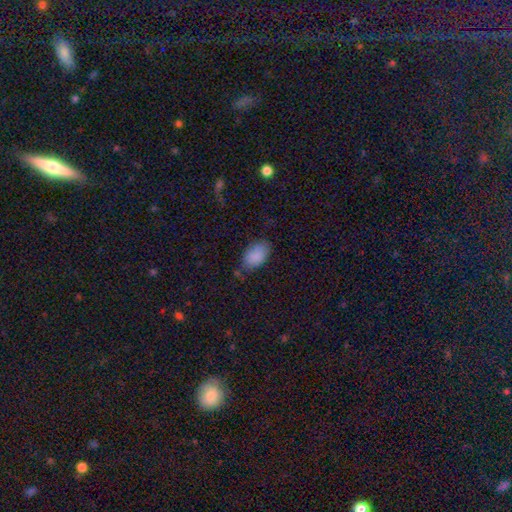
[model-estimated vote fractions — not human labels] The model was most divided on "merging": none: 71%, minor disturbance: 21%, major disturbance: 5%, merger: 3%. More confident: how rounded — in between (93%); smooth or featured — smooth (87%).